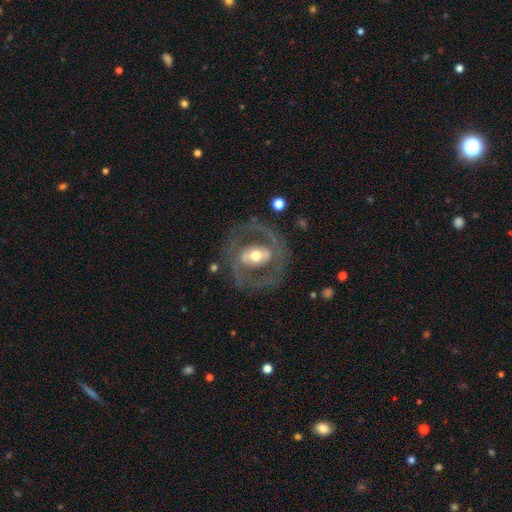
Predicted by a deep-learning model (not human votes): This appears to be a featured or disk galaxy (78%) with a strong bar (34%, tied with no), spiral arms (56%) and a moderate central bulge (70%). Merging: none (73%).